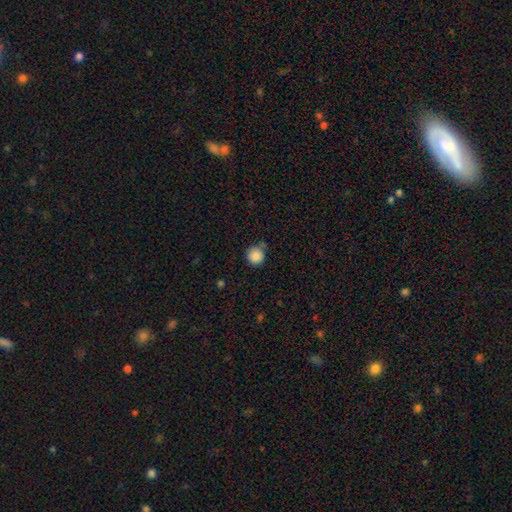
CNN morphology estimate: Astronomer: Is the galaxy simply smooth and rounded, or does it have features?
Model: smooth — 87%.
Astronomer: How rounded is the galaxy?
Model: round — 94%.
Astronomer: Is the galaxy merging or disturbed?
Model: none — 69%.